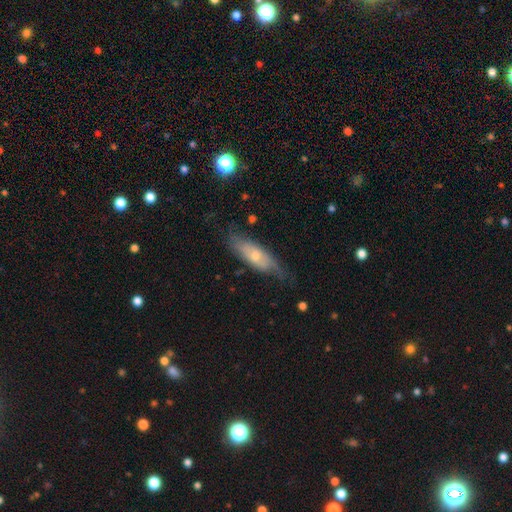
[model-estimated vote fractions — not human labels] Smooth or featured? Predicted: featured or disk (p=0.51). Edge-on disk? Predicted: no (p=0.58). Merging? Predicted: none (p=0.67).